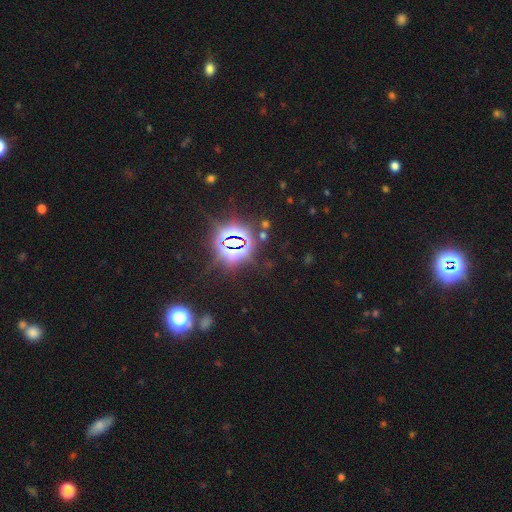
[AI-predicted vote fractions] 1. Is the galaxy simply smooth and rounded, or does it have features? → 84% star or artifact, 10% smooth, 6% featured or disk.